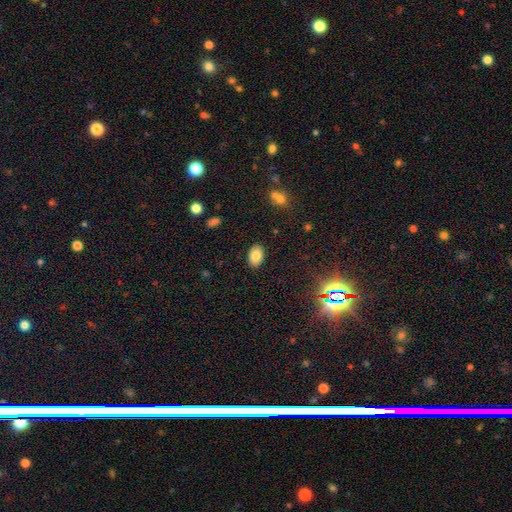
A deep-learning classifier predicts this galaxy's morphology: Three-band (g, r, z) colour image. It shows a smooth galaxy with no disk features (83%) that is in between round and cigar-shaped (87%). Merging: none (88%).